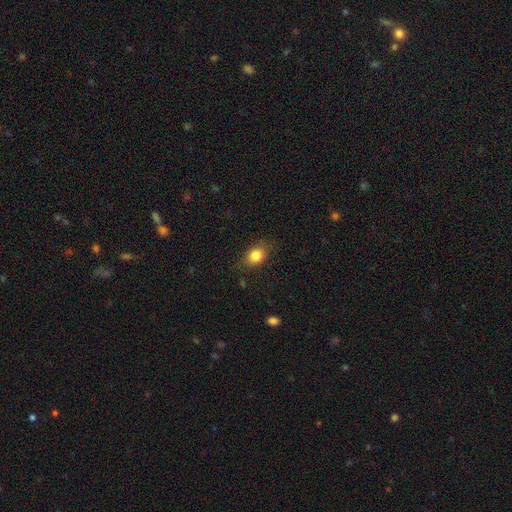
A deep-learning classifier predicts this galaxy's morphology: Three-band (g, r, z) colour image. It shows a smooth galaxy with no disk features (83%) that is in between round and cigar-shaped (63%). Merging: none (76%).